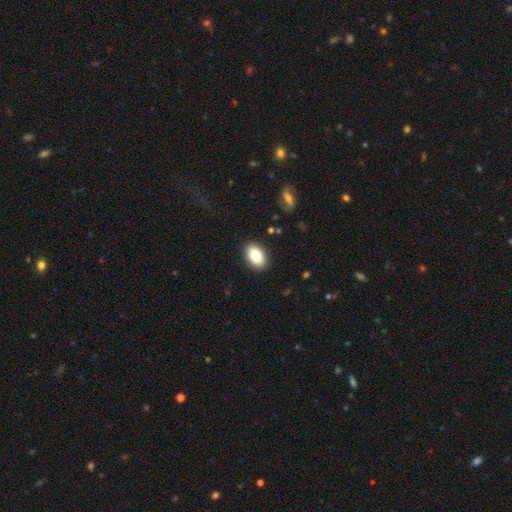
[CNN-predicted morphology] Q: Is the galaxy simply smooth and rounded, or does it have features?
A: smooth — 83%.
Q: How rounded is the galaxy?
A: in between — 91%.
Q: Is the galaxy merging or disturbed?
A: none — 89%.